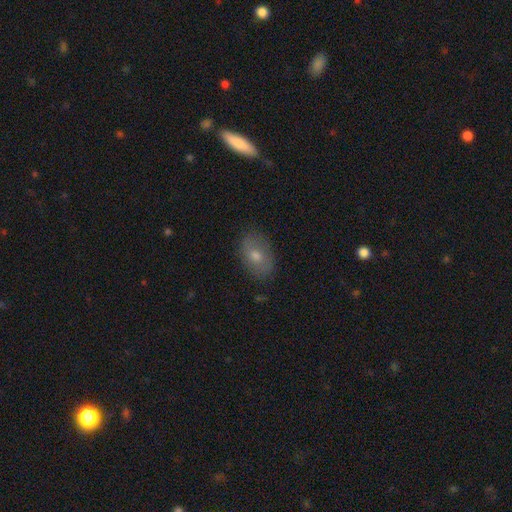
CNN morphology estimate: type=smooth (63%); roundness=in between (85%); merging=none (82%).